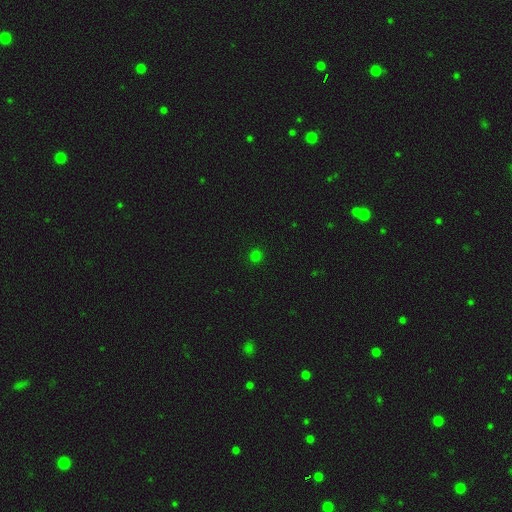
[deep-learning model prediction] smooth_or_featured: smooth (p=0.76) [alt: star or artifact p=0.20]
how_rounded: round (p=0.93) [alt: in between p=0.06]
merging: none (p=0.92) [alt: minor disturbance p=0.05]